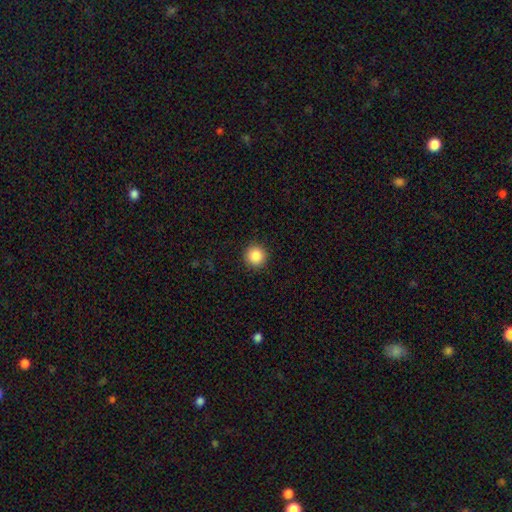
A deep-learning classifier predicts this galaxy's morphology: This appears to be a smooth galaxy with no disk features (87%) that is round (95%). Merging: none (92%).